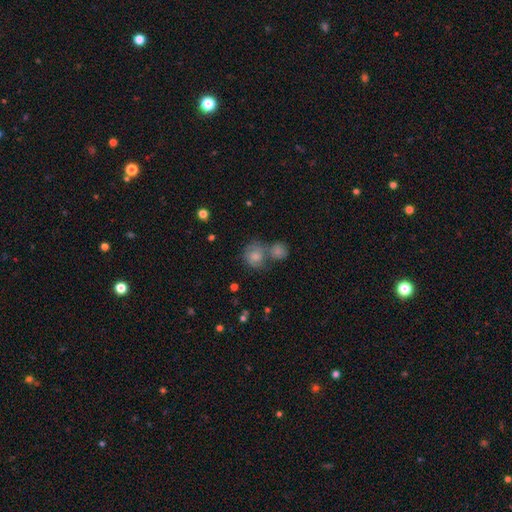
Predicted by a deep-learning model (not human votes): smooth-or-featured: smooth: 65% | featured or disk: 25% | star or artifact: 10%
  how-rounded: round: 74% | in between: 25% | cigar-shaped: 1%
  merging: merger: 43% | none: 35% | minor disturbance: 14% | major disturbance: 8%